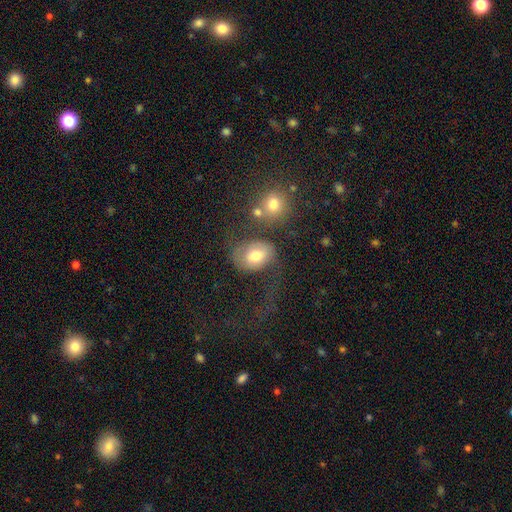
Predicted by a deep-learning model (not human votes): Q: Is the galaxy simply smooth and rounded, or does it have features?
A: smooth — 61%.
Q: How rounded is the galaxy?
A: in between — 71%.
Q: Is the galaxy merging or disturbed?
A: none — 37%.